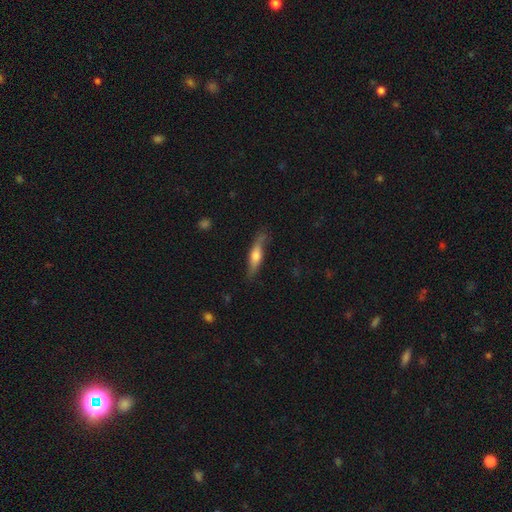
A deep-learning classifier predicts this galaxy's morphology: Q: Smooth or featured?
A: smooth (50%); runner-up: featured or disk (44%)
Q: Merging?
A: none (74%); runner-up: minor disturbance (20%)